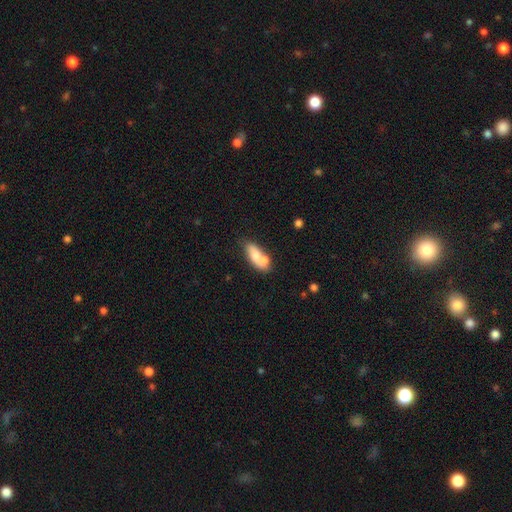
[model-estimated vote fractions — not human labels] This is likely a smooth galaxy (71%). How rounded: likely in between (75%). Merging: marginally merger (42%).